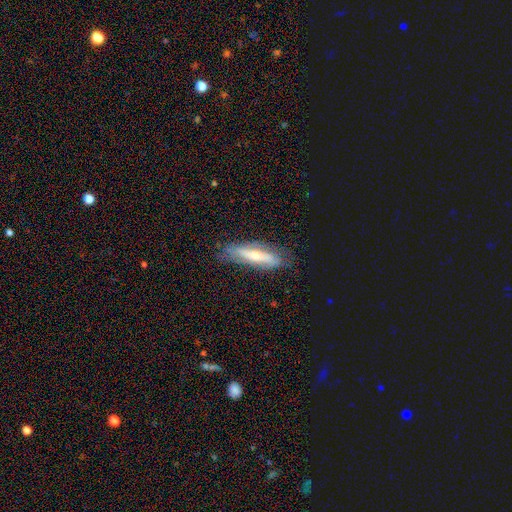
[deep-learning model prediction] smooth-or-featured: featured or disk: 53% | smooth: 40% | star or artifact: 7%
  disk-edge-on: no: 52% | yes: 48%
  merging: none: 75% | minor disturbance: 18% | major disturbance: 6% | merger: 1%